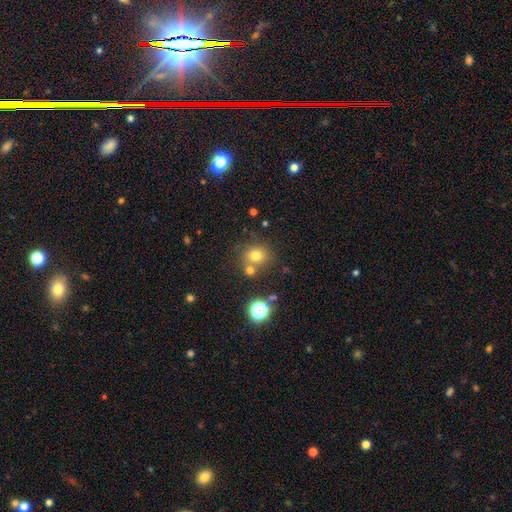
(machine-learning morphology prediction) The model was most divided on "merging": none: 64%, merger: 23%, minor disturbance: 9%, major disturbance: 4%. More confident: how rounded — round (85%); smooth or featured — smooth (73%).